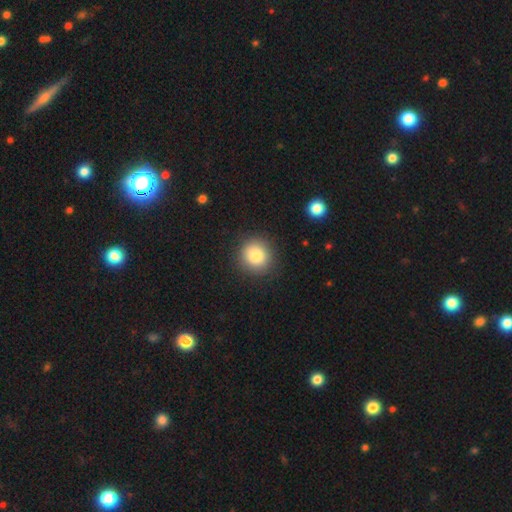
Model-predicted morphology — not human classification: smooth_or_featured: smooth (p=0.83) [alt: star or artifact p=0.10]
how_rounded: round (p=0.91) [alt: in between p=0.08]
merging: none (p=0.89) [alt: minor disturbance p=0.07]